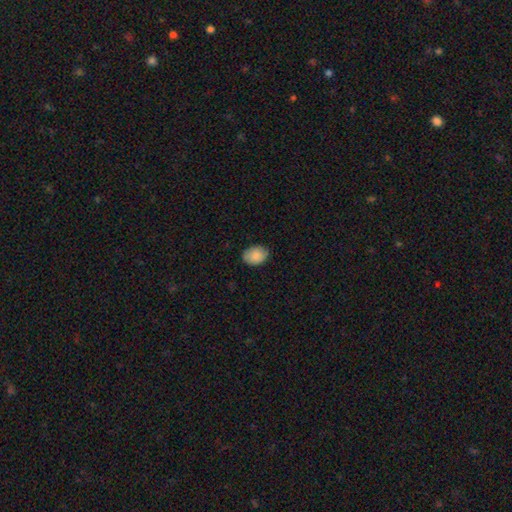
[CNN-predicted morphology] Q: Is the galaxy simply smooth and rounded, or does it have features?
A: smooth — 86%.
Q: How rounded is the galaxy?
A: in between — 73%.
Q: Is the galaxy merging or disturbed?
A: none — 78%.